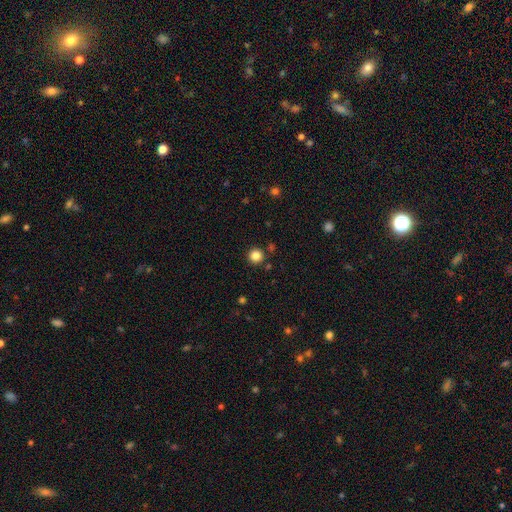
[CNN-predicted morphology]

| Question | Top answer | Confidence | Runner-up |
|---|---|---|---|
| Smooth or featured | smooth | 84% | star or artifact (12%) |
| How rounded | round | 95% | in between (4%) |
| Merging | none | 90% | minor disturbance (5%) |